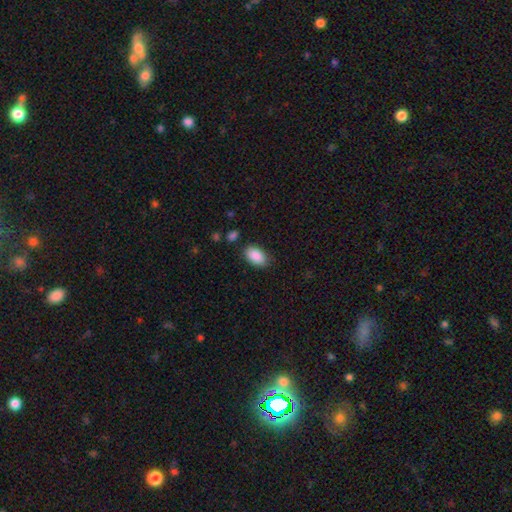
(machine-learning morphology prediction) This is clearly a smooth galaxy (90%). How rounded: clearly in between (93%). Merging: clearly none (83%).